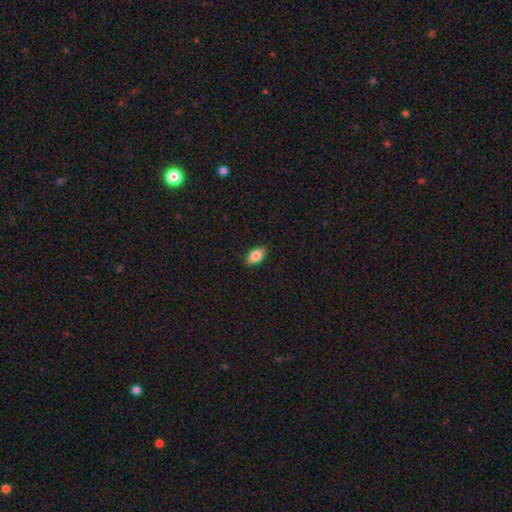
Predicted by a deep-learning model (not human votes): Overall: smooth (83%). How rounded: in between (90%). Merging: none (88%).